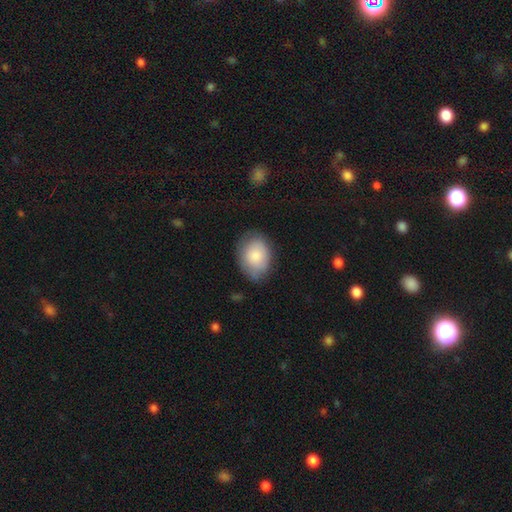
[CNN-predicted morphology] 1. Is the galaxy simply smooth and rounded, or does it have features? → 83% smooth, 11% featured or disk, 6% star or artifact.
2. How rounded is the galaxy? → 74% in between, 25% round, 1% cigar-shaped.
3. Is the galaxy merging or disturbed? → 73% none, 21% minor disturbance, 5% major disturbance, 1% merger.